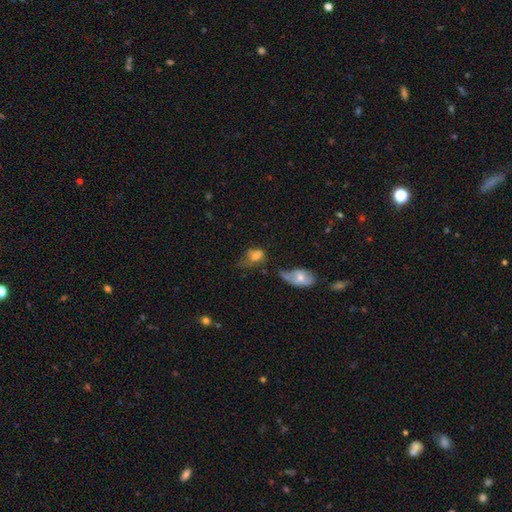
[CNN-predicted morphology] The model was most divided on "merging": major disturbance: 34%, minor disturbance: 26%, none: 23%, merger: 18%. More confident: how rounded — in between (76%); smooth or featured — smooth (67%).